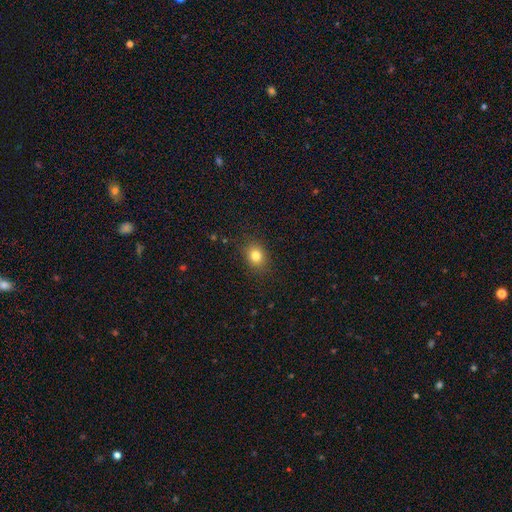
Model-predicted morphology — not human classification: This is clearly a smooth galaxy (81%). How rounded: possibly round (53%). Merging: clearly none (87%).